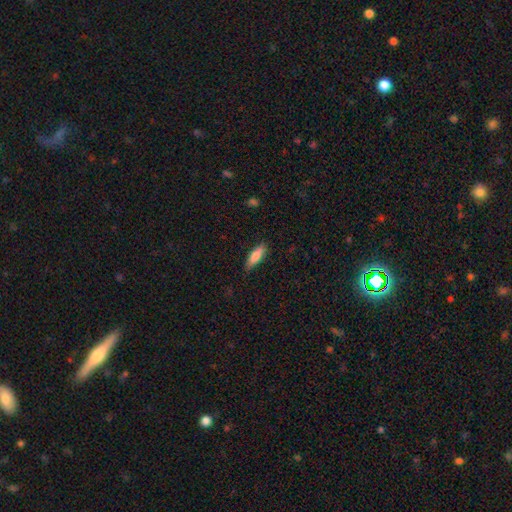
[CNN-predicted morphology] Smooth or featured: smooth — 82% (featured or disk — 12%)
How rounded: cigar-shaped — 55% (in between — 44%)
Merging: none — 81% (minor disturbance — 15%)